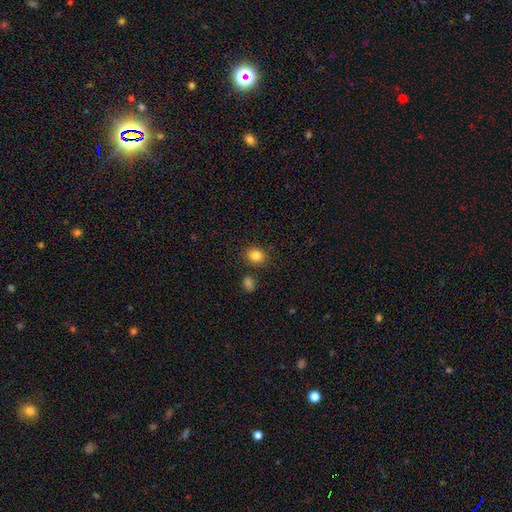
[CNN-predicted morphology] smooth_or_featured: smooth (p=0.84) [alt: star or artifact p=0.10]
how_rounded: round (p=0.63) [alt: in between p=0.36]
merging: none (p=0.82) [alt: minor disturbance p=0.10]